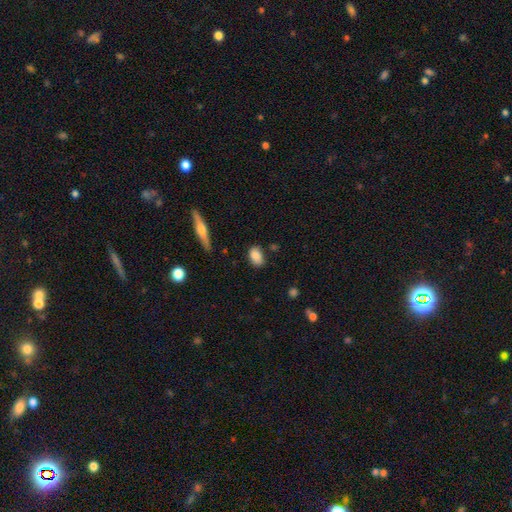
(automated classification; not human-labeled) Smooth or featured?
  - smooth: 86% *
  - featured or disk: 7%
  - star or artifact: 7%
How rounded?
  - in between: 85% *
  - round: 13%
  - cigar-shaped: 3%
Merging?
  - none: 79% *
  - minor disturbance: 16%
  - major disturbance: 3%
  - merger: 3%